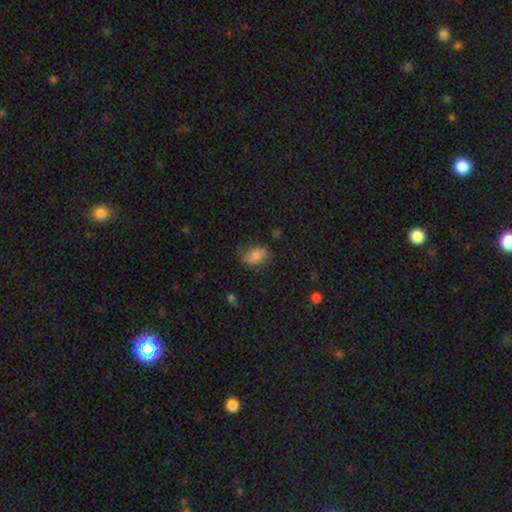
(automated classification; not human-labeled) Smooth or featured? Predicted: smooth (p=0.74). How rounded? Predicted: in between (p=0.83). Merging? Predicted: none (p=0.66).